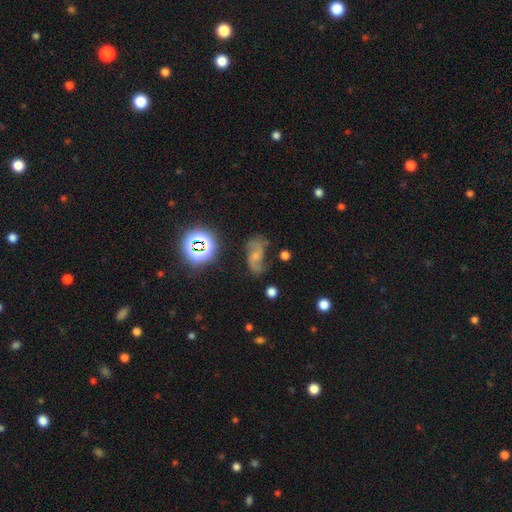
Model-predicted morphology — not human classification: smooth_or_featured: featured or disk (p=0.64) [alt: smooth p=0.19]
disk_edge_on: no (p=0.96) [alt: yes p=0.04]
bar: no (p=0.53) [alt: weak p=0.37]
has_spiral_arms: yes (p=0.91) [alt: no p=0.09]
spiral_winding: loose (p=0.65) [alt: medium p=0.28]
spiral_arm_count: 2 (p=0.87) [alt: can't tell p=0.05]
bulge_size: small (p=0.50) [alt: moderate p=0.31]
merging: none (p=0.59) [alt: minor disturbance p=0.22]